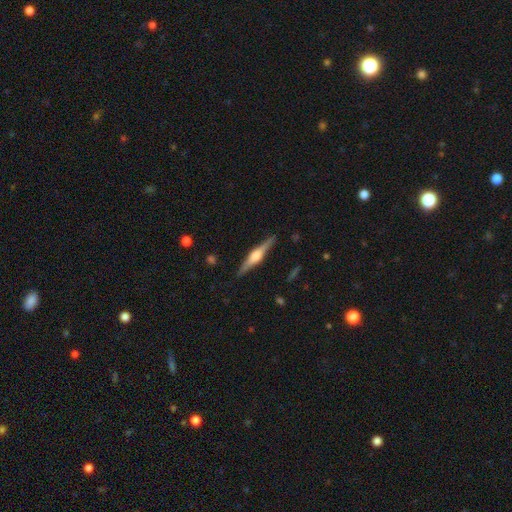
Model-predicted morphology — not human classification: Smooth or featured? Predicted: featured or disk (p=0.77). Edge-on disk? Predicted: yes (p=0.98). Edge-on bulge? Predicted: rounded (p=0.87). Merging? Predicted: none (p=0.90).